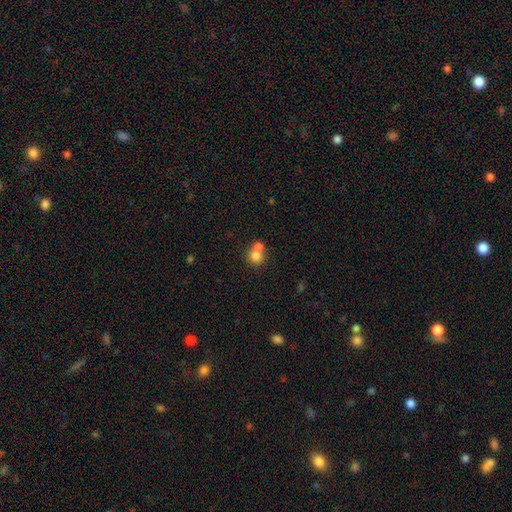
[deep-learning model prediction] Morphology: type=smooth (76%); roundness=round (85%); merging=merger (53%).